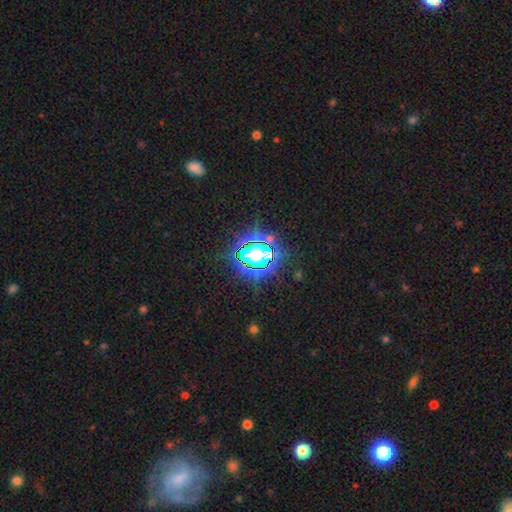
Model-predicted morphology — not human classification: Q: Smooth or featured?
A: star or artifact (76%); runner-up: smooth (15%)